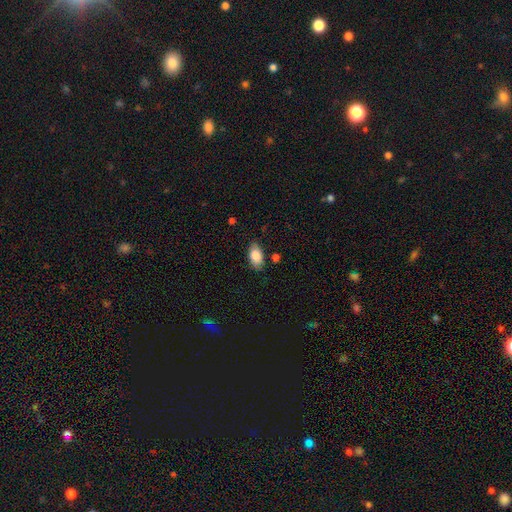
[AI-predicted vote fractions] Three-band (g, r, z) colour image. It shows a smooth galaxy with no disk features (85%) that is in between round and cigar-shaped (93%). Merging: none (81%).